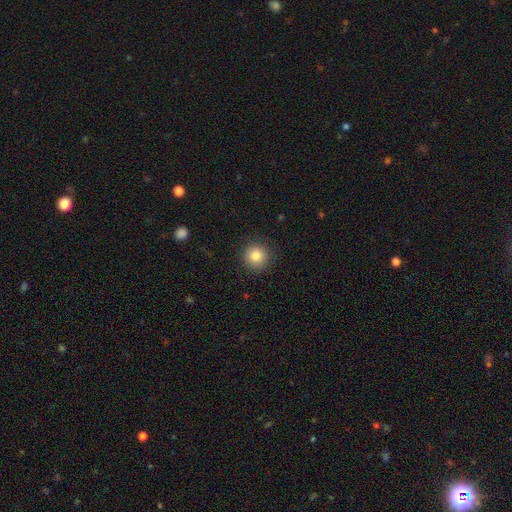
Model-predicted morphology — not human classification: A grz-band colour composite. It shows a smooth galaxy with no disk features (84%) that is round (95%). Merging: none (90%).